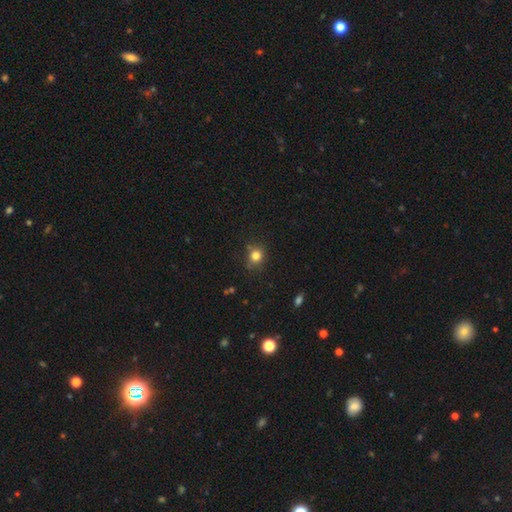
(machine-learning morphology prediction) Smooth or featured? smooth (81%)
How rounded? round (79%)
Merging? none (71%)